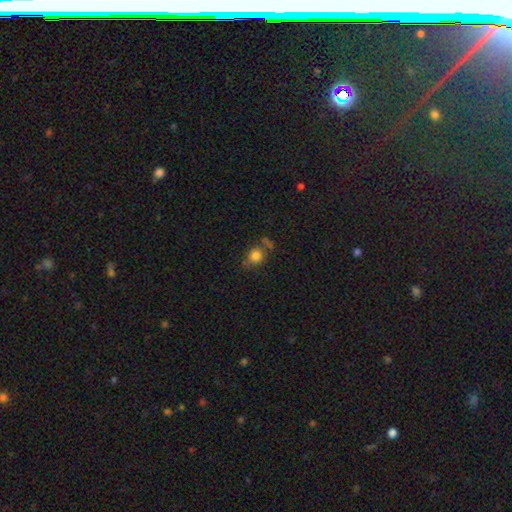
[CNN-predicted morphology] Smooth or featured? smooth (80%)
How rounded? round (82%)
Merging? none (61%)